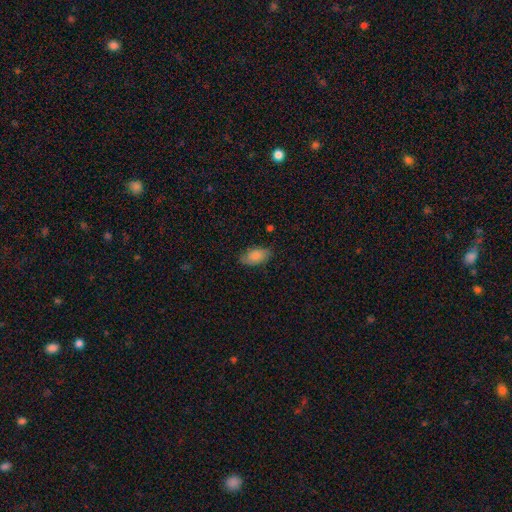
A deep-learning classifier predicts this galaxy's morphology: This is clearly a smooth galaxy (83%). How rounded: clearly in between (93%). Merging: likely none (80%).